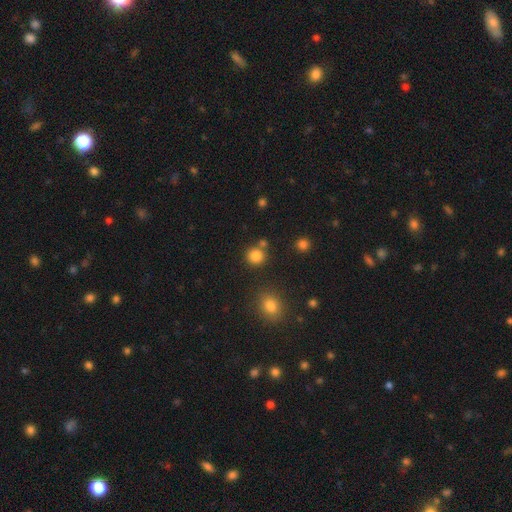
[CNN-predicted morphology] A smooth galaxy with no disk features (83%) that is round (90%).

Vote fractions:
- Smooth or featured? smooth: 83% / star or artifact: 12% / featured or disk: 5%
- How rounded? round: 90% / in between: 9% / cigar-shaped: 1%
- Merging? none: 76% / merger: 13% / minor disturbance: 8% / major disturbance: 3%